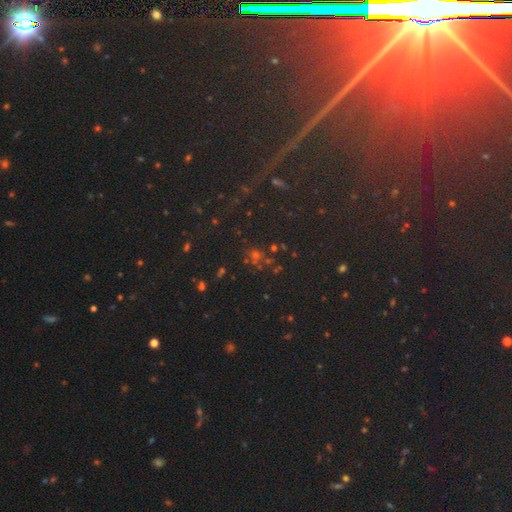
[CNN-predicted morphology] A star or artifact, not a galaxy (61%).